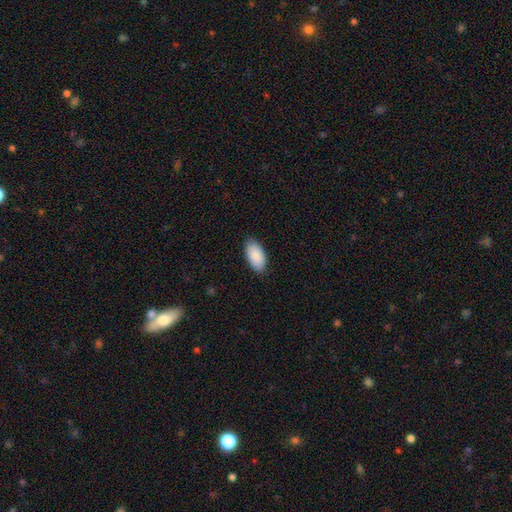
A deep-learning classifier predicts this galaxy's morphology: type=smooth (87%); roundness=in between (96%); merging=none (85%).